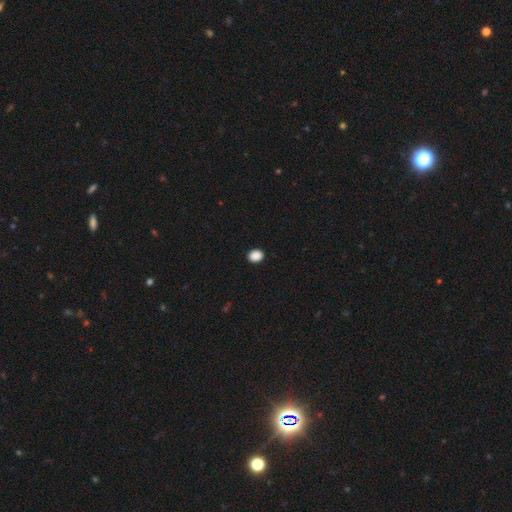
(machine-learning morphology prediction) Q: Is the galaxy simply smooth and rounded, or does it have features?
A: smooth — 89%.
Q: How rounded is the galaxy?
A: round — 50%.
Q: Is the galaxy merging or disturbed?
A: none — 91%.